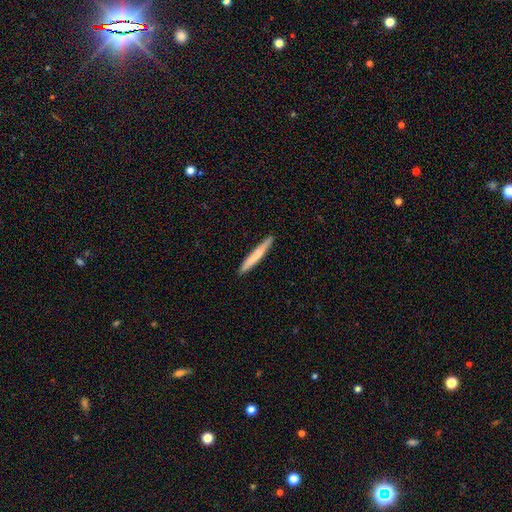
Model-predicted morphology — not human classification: smooth-or-featured: smooth: 68% | featured or disk: 27% | star or artifact: 5%
  how-rounded: cigar-shaped: 96% | in between: 2% | round: 1%
  merging: none: 91% | minor disturbance: 6% | major disturbance: 1% | merger: 1%